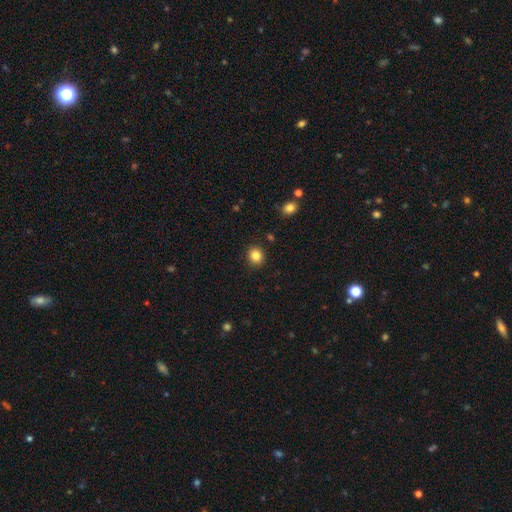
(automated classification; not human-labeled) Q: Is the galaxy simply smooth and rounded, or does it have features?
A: smooth — 85%.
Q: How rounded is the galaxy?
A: round — 79%.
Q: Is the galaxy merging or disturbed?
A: none — 89%.